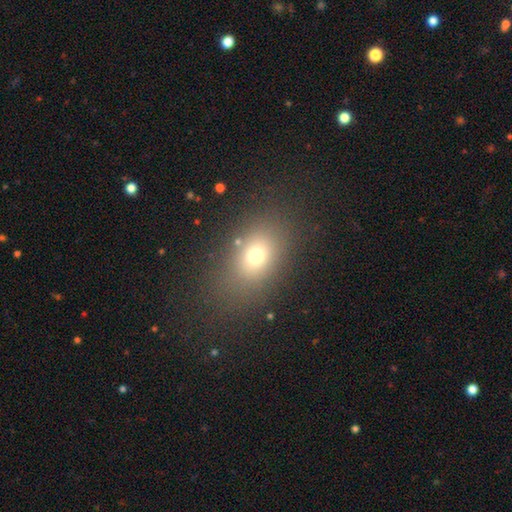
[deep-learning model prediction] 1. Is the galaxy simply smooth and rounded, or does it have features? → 71% smooth, 16% star or artifact, 13% featured or disk.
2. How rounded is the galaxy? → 71% in between, 27% round, 2% cigar-shaped.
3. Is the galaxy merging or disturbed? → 79% none, 12% minor disturbance, 8% major disturbance, 2% merger.